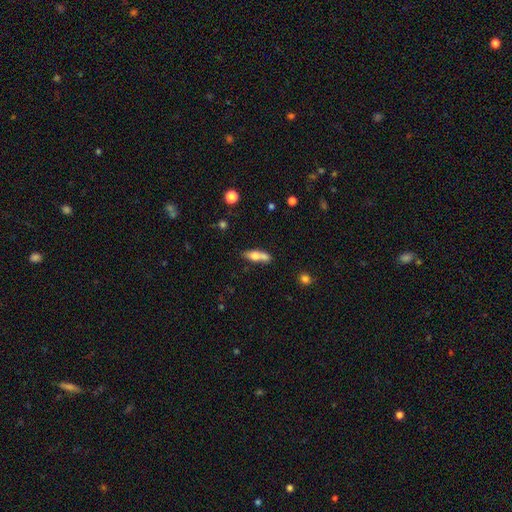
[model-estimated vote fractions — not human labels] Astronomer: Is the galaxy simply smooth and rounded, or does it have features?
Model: smooth — 62%.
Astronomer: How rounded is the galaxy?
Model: in between — 48% (runner-up: cigar-shaped, 47%).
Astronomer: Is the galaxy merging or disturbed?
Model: none — 46% (runner-up: merger, 33%).